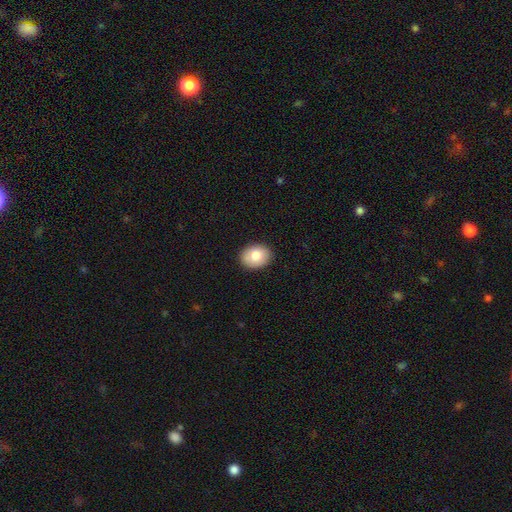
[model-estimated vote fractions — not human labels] This appears to be a smooth galaxy with no disk features (81%) that is in between round and cigar-shaped (60%). Merging: none (90%).